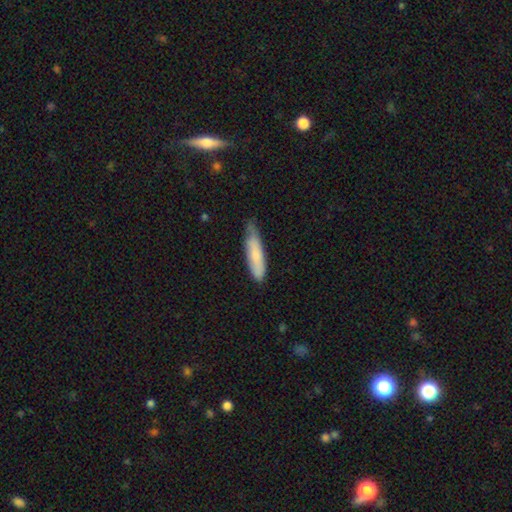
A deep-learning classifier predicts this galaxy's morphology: This is likely a smooth galaxy (76%). How rounded: likely cigar-shaped (74%). Merging: possibly none (59%).